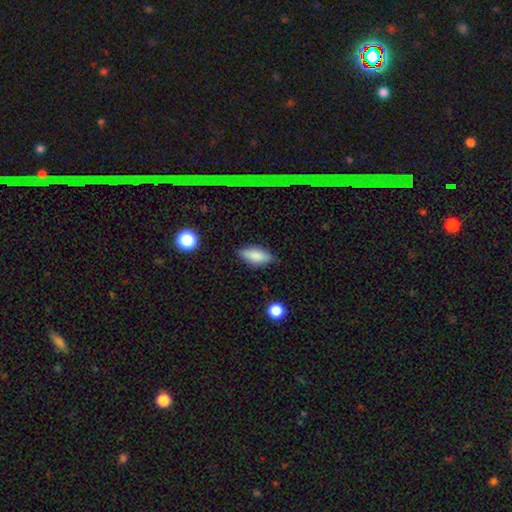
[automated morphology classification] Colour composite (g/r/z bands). It shows a smooth galaxy with no disk features (81%) that is in between round and cigar-shaped (80%). Merging: none (79%).